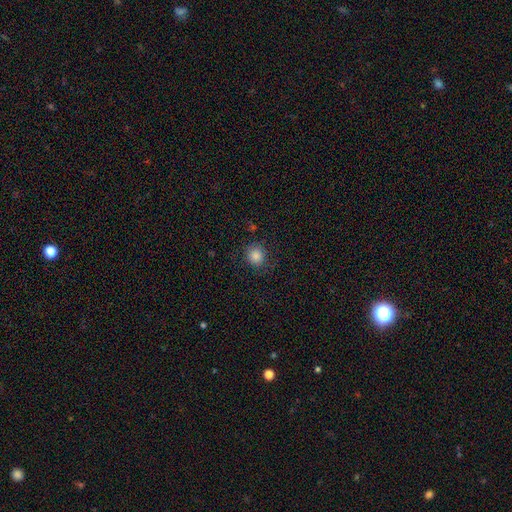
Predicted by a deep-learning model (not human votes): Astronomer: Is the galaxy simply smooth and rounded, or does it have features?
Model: smooth — 84%.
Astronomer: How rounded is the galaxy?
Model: round — 87%.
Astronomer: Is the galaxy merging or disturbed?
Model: none — 83%.